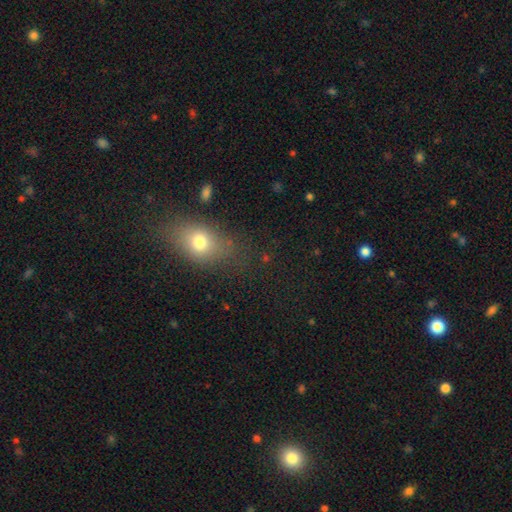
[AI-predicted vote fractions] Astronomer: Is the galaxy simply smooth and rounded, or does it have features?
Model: smooth — 63%.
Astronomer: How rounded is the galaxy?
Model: in between — 66%.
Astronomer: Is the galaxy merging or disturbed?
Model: none — 80%.